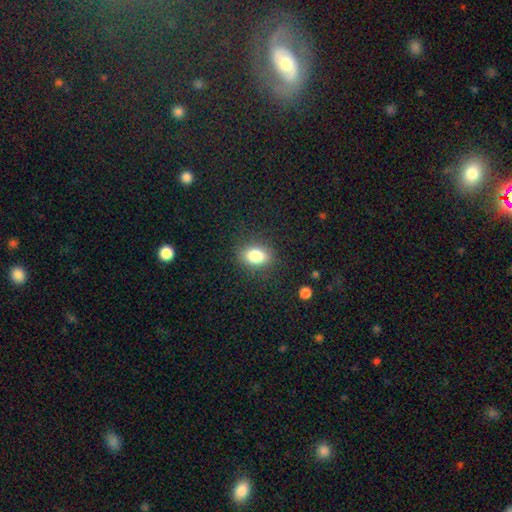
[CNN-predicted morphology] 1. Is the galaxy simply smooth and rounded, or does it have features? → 82% smooth, 10% star or artifact, 7% featured or disk.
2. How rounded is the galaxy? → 66% in between, 33% round, 2% cigar-shaped.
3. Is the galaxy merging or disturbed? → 84% none, 11% minor disturbance, 4% major disturbance, 1% merger.